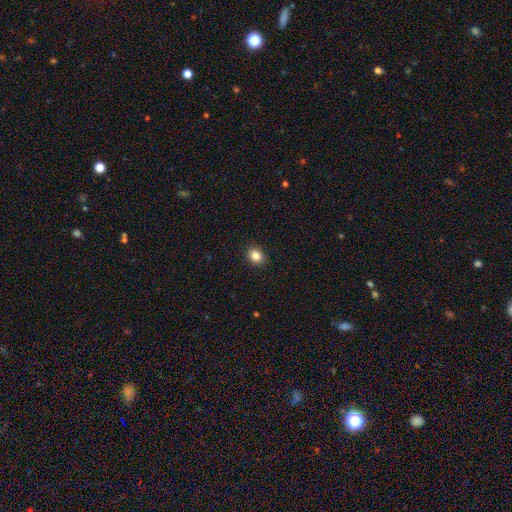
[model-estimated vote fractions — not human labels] Smooth or featured: smooth — 85% (star or artifact — 10%)
How rounded: round — 53% (in between — 46%)
Merging: none — 90% (minor disturbance — 7%)